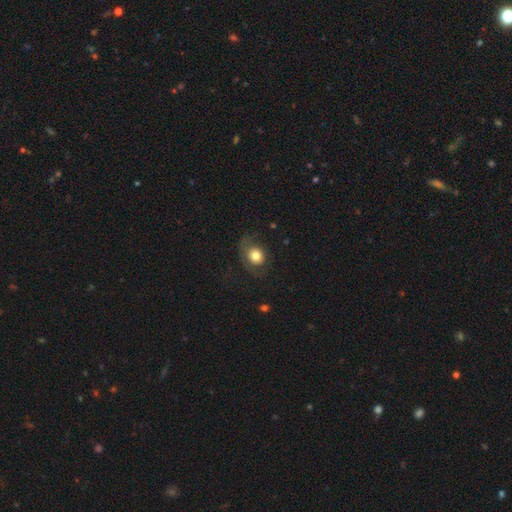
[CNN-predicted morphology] smooth 72%, featured or disk 19%, star or artifact 9%. Down the decision tree: how rounded — round (61%); merging — none (57%).